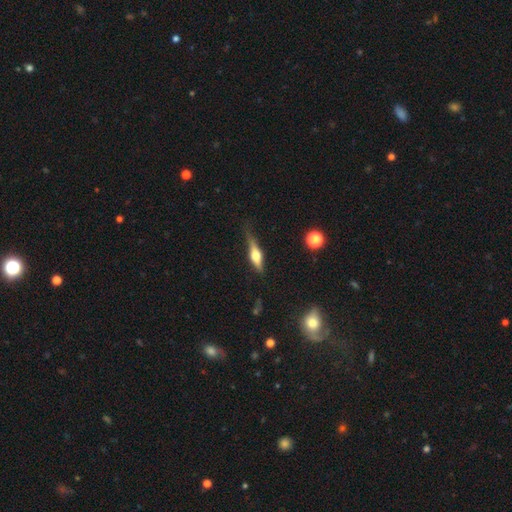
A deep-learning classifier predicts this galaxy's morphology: smooth_or_featured: featured or disk (p=0.56) [alt: smooth p=0.37]
disk_edge_on: yes (p=0.94) [alt: no p=0.06]
edge_on_bulge: rounded (p=0.90) [alt: boxy p=0.08]
merging: none (p=0.65) [alt: minor disturbance p=0.25]